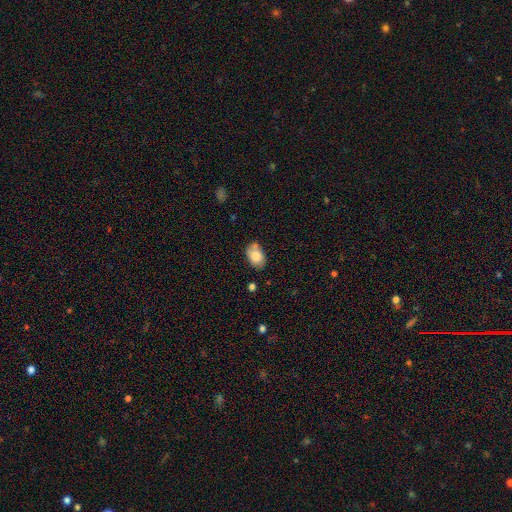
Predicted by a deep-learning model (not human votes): Overall: smooth (78%). How rounded: in between (86%). Merging: none (63%; minor disturbance 24%).